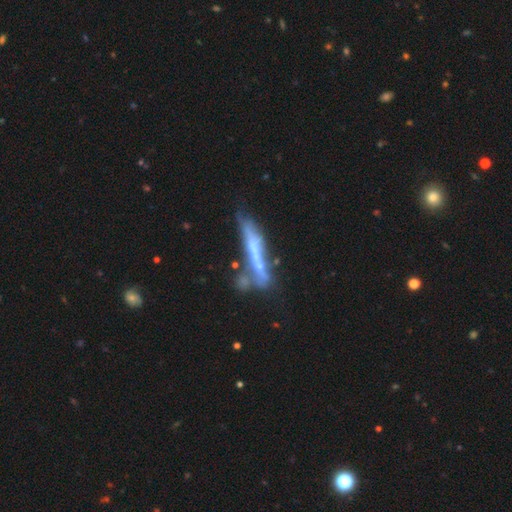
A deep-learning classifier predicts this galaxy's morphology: This is possibly a featured or disk galaxy (59%). It is likely viewed edge-on (72%). Merging: marginally none (41%).